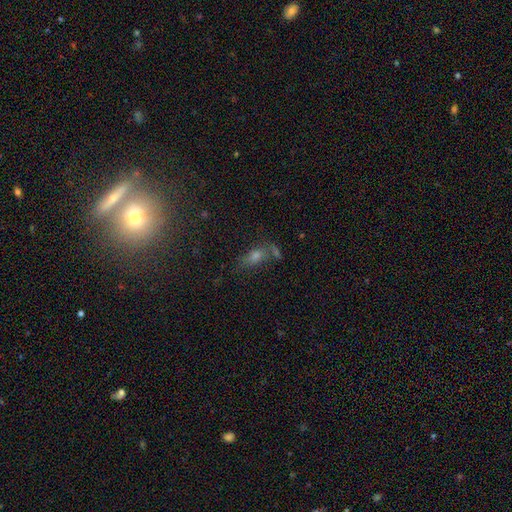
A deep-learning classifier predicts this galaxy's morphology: A smooth galaxy with no disk features (50%). Merging: none (54%).